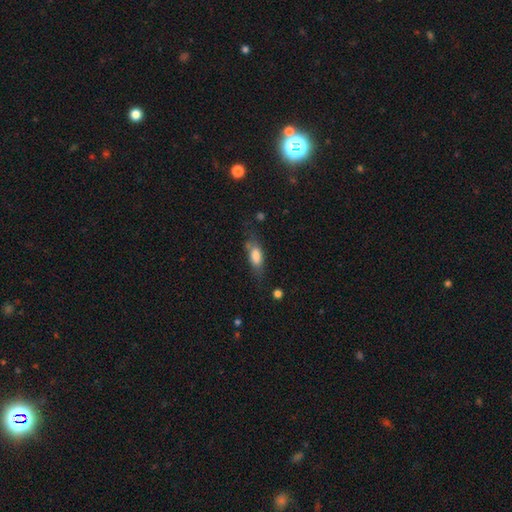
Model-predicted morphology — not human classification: A smooth galaxy with no disk features (73%) that is in between round and cigar-shaped (71%).

Vote fractions:
- Smooth or featured? smooth: 73% / featured or disk: 19% / star or artifact: 8%
- How rounded? in between: 71% / cigar-shaped: 26% / round: 3%
- Merging? none: 58% / minor disturbance: 26% / major disturbance: 12% / merger: 5%